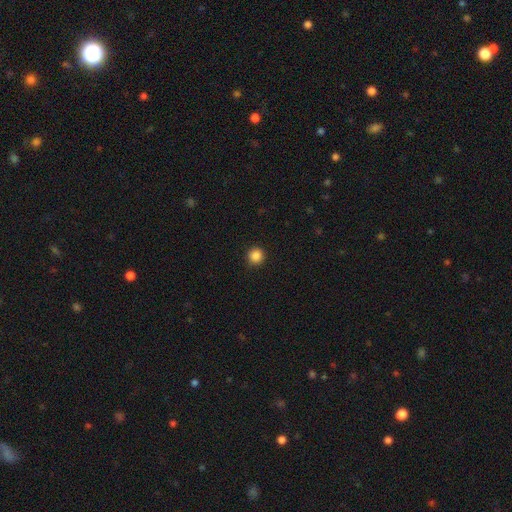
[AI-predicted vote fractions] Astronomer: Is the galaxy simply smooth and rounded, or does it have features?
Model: smooth — 86%.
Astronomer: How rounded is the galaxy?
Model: round — 96%.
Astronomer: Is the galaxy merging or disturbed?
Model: none — 92%.